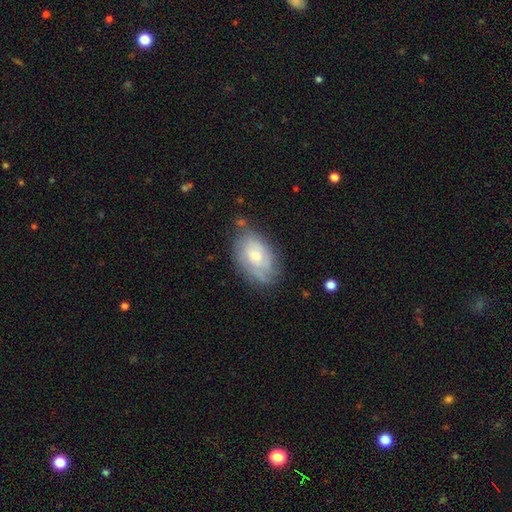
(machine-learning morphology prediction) smooth_or_featured: featured or disk (p=0.49) [alt: smooth p=0.43]
merging: none (p=0.65) [alt: minor disturbance p=0.25]